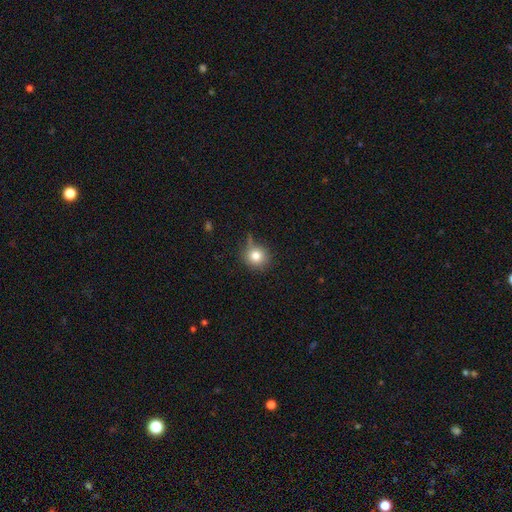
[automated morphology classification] The model was most divided on "merging": none: 67%, minor disturbance: 21%, major disturbance: 7%, merger: 5%. More confident: how rounded — round (90%); smooth or featured — smooth (80%).